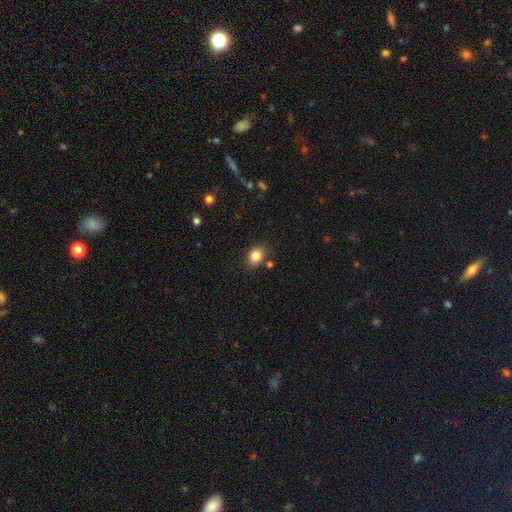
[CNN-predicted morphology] Overall: smooth (84%). How rounded: in between (64%; round 35%). Merging: none (77%).